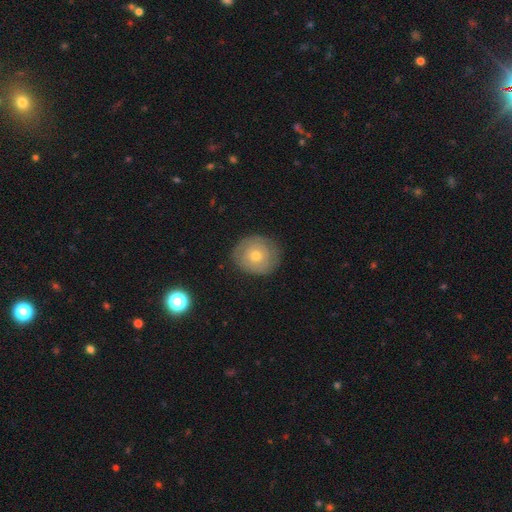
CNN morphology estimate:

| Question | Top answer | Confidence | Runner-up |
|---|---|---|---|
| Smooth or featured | smooth | 53% | featured or disk (40%) |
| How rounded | round | 82% | in between (17%) |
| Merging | none | 80% | minor disturbance (15%) |